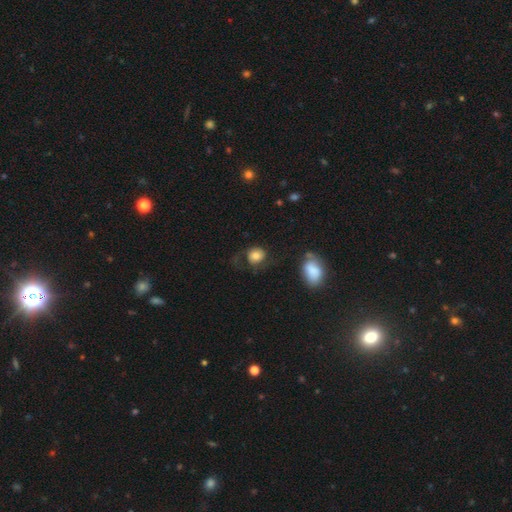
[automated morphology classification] Q: Smooth or featured?
A: smooth (73%); runner-up: featured or disk (18%)
Q: How rounded?
A: round (68%); runner-up: in between (31%)
Q: Merging?
A: none (50%); runner-up: major disturbance (23%)